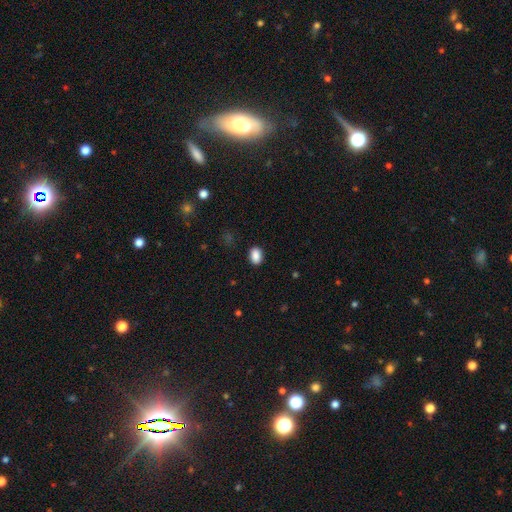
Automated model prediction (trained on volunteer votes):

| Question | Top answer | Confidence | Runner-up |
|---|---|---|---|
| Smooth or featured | smooth | 89% | star or artifact (8%) |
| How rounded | in between | 81% | round (18%) |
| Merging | none | 88% | minor disturbance (9%) |